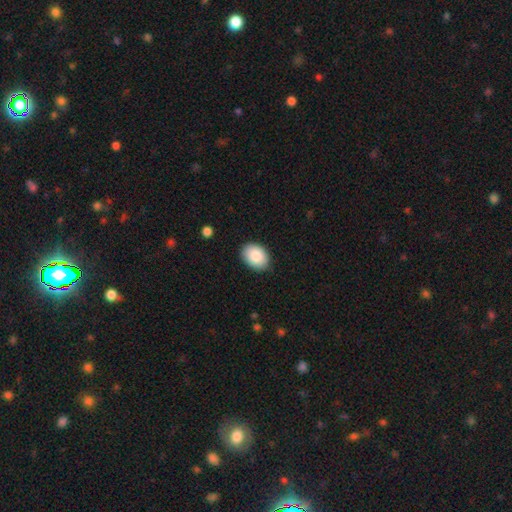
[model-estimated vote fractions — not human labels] A smooth galaxy with no disk features (88%) that is in between round and cigar-shaped (76%).

Vote fractions:
- Smooth or featured? smooth: 88% / star or artifact: 6% / featured or disk: 5%
- How rounded? in between: 76% / round: 23% / cigar-shaped: 1%
- Merging? none: 87% / minor disturbance: 10% / major disturbance: 2% / merger: 1%